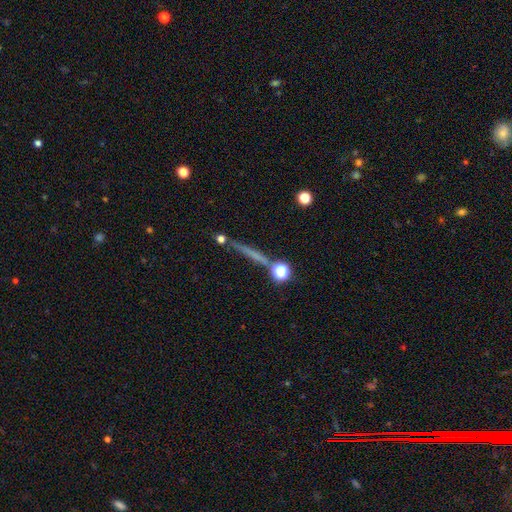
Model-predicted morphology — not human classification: The model was most divided on "smooth or featured": featured or disk: 43%, smooth: 42%, star or artifact: 16%. More confident: merging — none (78%).